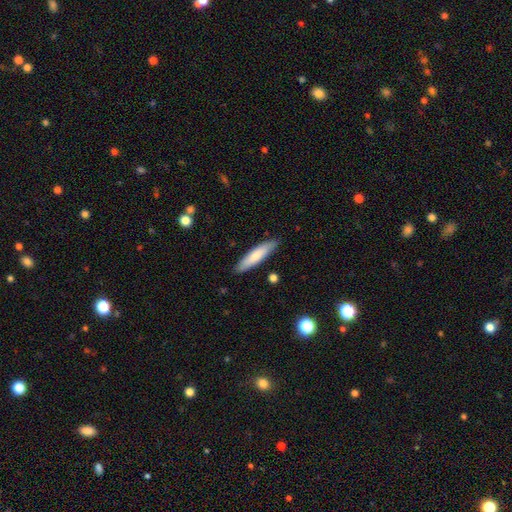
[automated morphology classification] This is likely a smooth galaxy (74%). How rounded: likely cigar-shaped (79%). Merging: clearly none (88%).